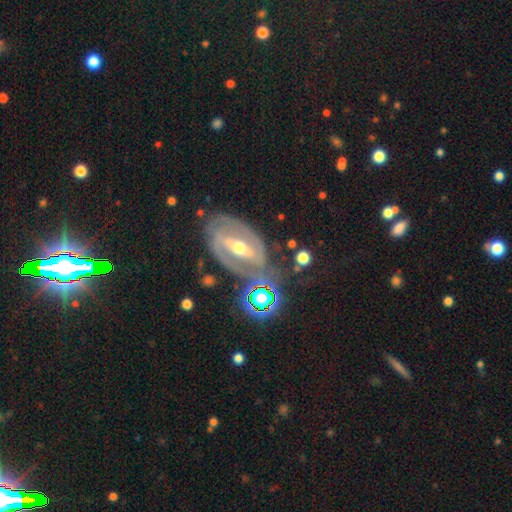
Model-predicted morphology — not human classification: Smooth or featured: featured or disk — 67% (star or artifact — 21%)
Edge-on disk: no — 90% (yes — 10%)
Bar: weak — 40% (strong — 30%)
Spiral arms: yes — 77% (no — 23%)
Bulge size: moderate — 52% (small — 43%)
Merging: none — 70% (minor disturbance — 15%)